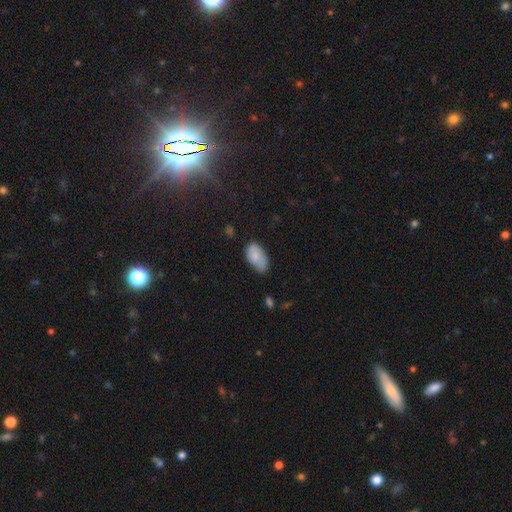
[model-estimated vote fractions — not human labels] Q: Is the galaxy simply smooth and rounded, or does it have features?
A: smooth — 80%.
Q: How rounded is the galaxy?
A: in between — 94%.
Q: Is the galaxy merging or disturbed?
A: none — 55%.